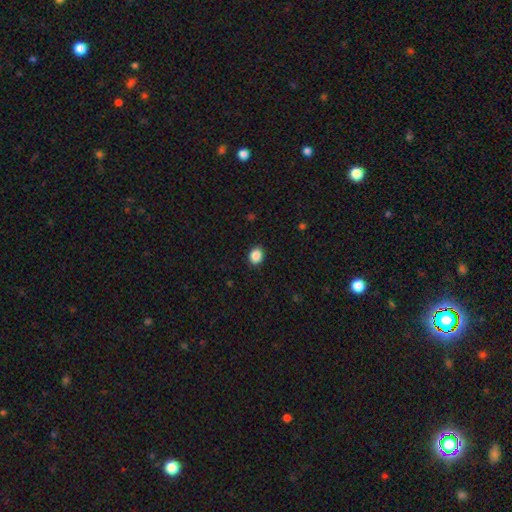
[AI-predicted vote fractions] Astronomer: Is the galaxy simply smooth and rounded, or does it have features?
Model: smooth — 88%.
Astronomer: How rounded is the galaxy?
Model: round — 58% (runner-up: in between, 41%).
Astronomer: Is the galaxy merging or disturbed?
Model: none — 91%.